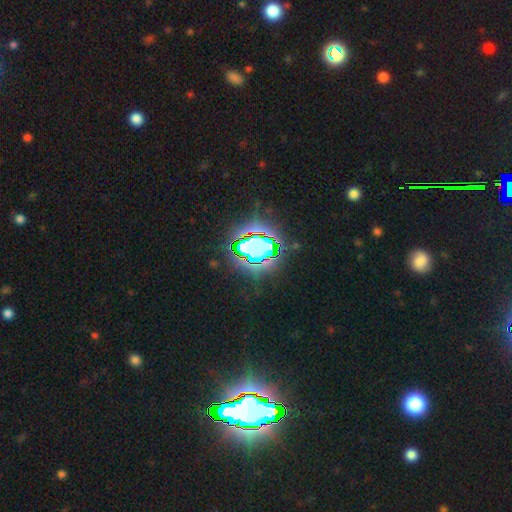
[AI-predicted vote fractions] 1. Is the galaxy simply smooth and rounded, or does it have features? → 82% star or artifact, 10% smooth, 7% featured or disk.